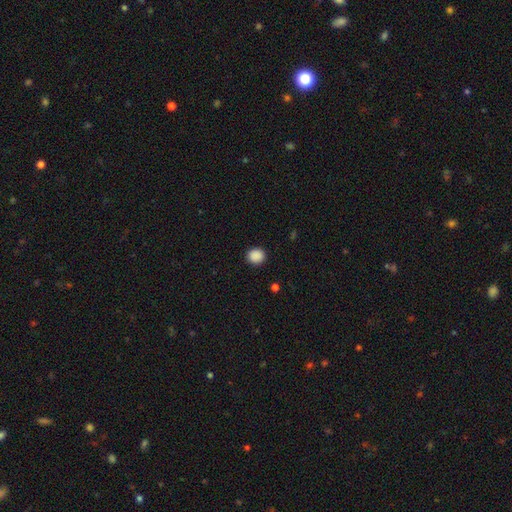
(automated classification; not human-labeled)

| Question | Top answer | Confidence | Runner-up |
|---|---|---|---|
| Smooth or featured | smooth | 89% | star or artifact (9%) |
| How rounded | round | 84% | in between (15%) |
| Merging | none | 91% | minor disturbance (6%) |